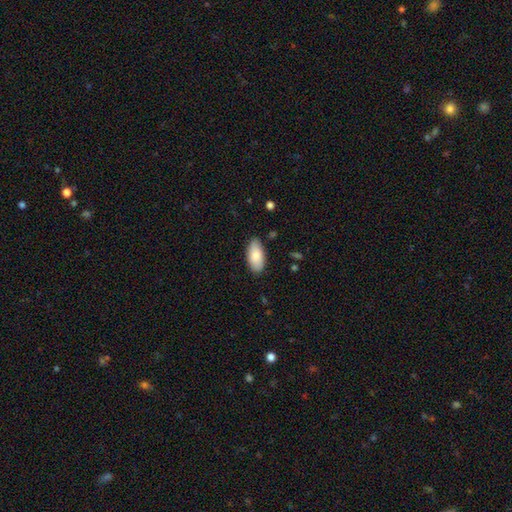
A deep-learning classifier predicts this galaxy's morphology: Smooth or featured? Predicted: smooth (p=0.82). How rounded? Predicted: in between (p=0.93). Merging? Predicted: none (p=0.83).